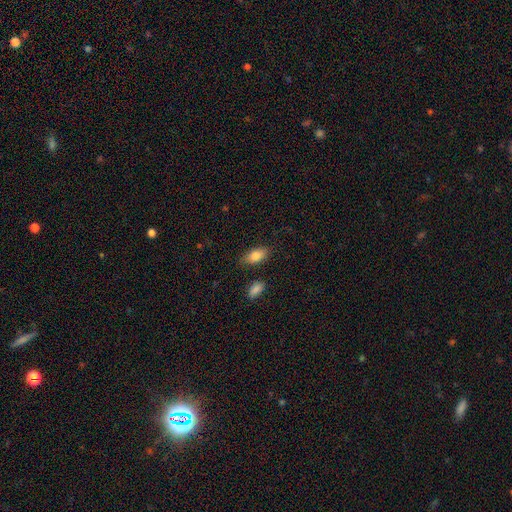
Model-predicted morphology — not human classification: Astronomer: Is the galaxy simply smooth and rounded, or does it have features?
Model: smooth — 84%.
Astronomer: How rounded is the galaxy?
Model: in between — 91%.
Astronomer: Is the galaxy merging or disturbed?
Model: none — 81%.